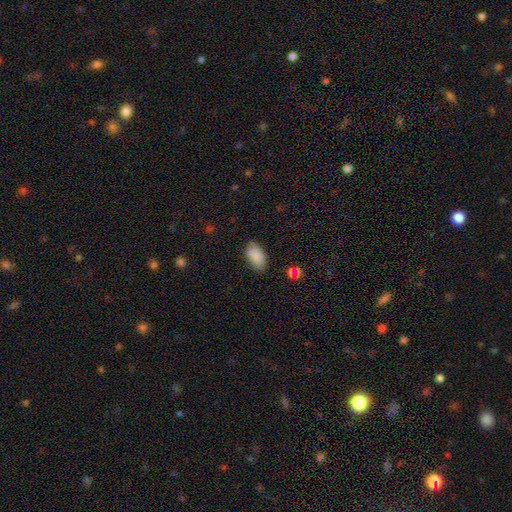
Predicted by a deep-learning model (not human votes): A smooth galaxy with no disk features (86%) that is in between round and cigar-shaped (94%).

Vote fractions:
- Smooth or featured? smooth: 86% / star or artifact: 7% / featured or disk: 7%
- How rounded? in between: 94% / round: 5% / cigar-shaped: 2%
- Merging? none: 73% / minor disturbance: 21% / major disturbance: 4% / merger: 2%